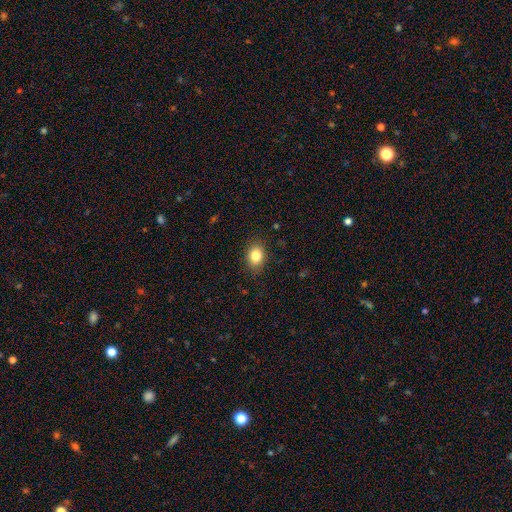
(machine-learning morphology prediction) This is clearly a smooth galaxy (84%). How rounded: likely in between (68%). Merging: clearly none (86%).